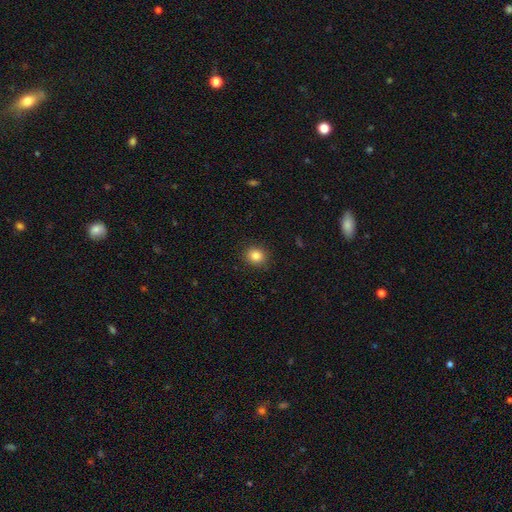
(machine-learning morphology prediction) Smooth or featured? Predicted: smooth (p=0.84). How rounded? Predicted: round (p=0.81). Merging? Predicted: none (p=0.89).